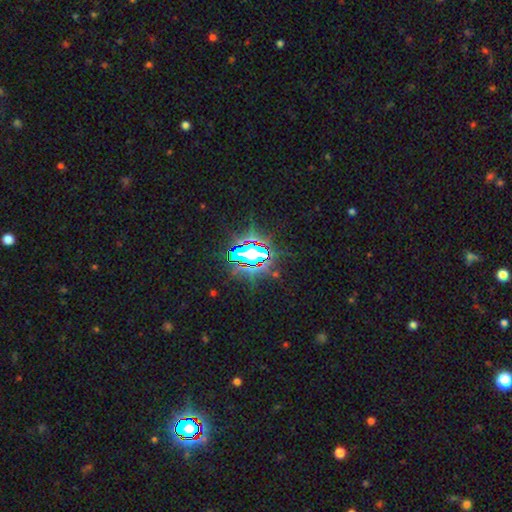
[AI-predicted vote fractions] Smooth or featured? star or artifact (78%)